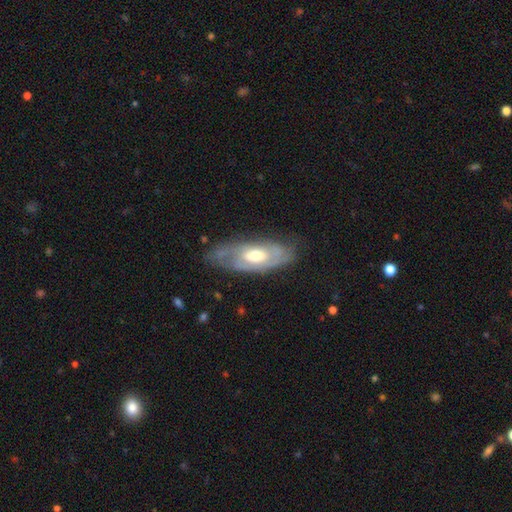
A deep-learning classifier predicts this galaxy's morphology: This appears to be a featured or disk galaxy (69%) with no bar (65%), spiral arms (71%) and a moderate central bulge (63%). Merging: none (63%).